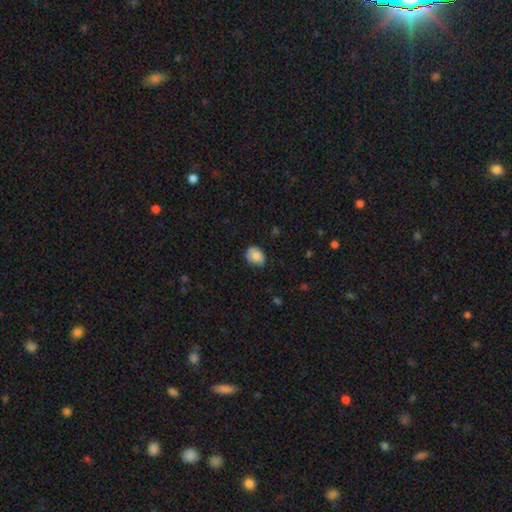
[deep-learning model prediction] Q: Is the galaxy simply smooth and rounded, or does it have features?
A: smooth — 81%.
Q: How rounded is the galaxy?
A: in between — 64%.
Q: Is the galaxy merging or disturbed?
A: none — 68%.